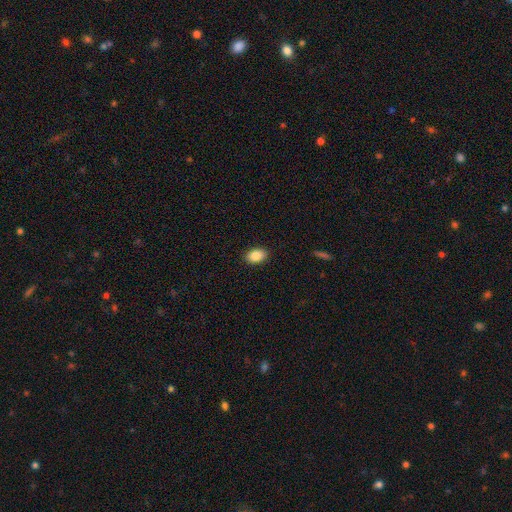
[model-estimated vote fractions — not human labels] Overall: smooth (87%). How rounded: in between (85%). Merging: none (89%).